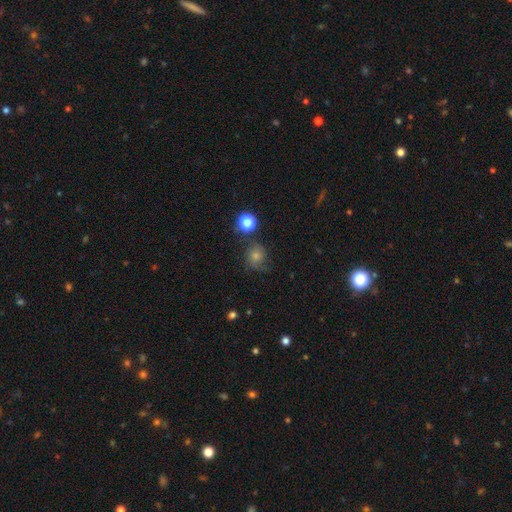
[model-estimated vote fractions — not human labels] A smooth galaxy with no disk features (39%).

Vote fractions:
- Smooth or featured? smooth: 39% / featured or disk: 36% / star or artifact: 25%
- Merging? none: 68% / minor disturbance: 18% / major disturbance: 10% / merger: 4%